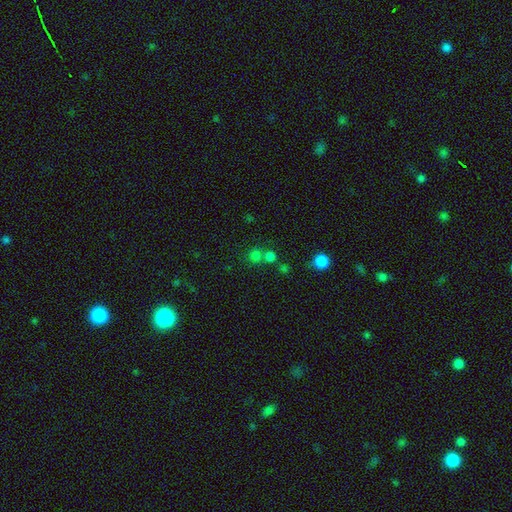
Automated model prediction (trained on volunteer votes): The model was most divided on "merging": none: 59%, merger: 29%, minor disturbance: 7%, major disturbance: 4%. More confident: how rounded — round (87%); smooth or featured — smooth (69%).